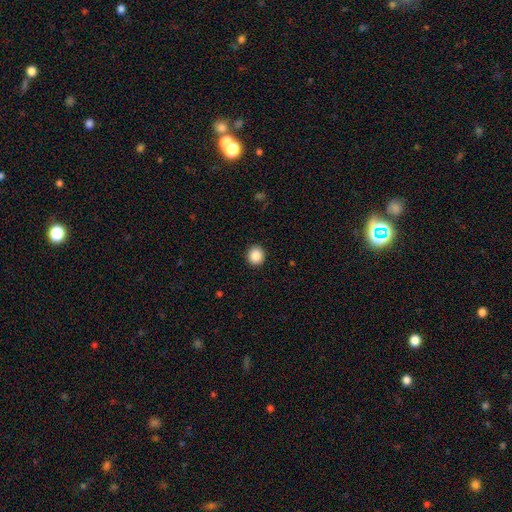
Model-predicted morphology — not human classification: Overall: smooth (88%). How rounded: round (86%). Merging: none (92%).